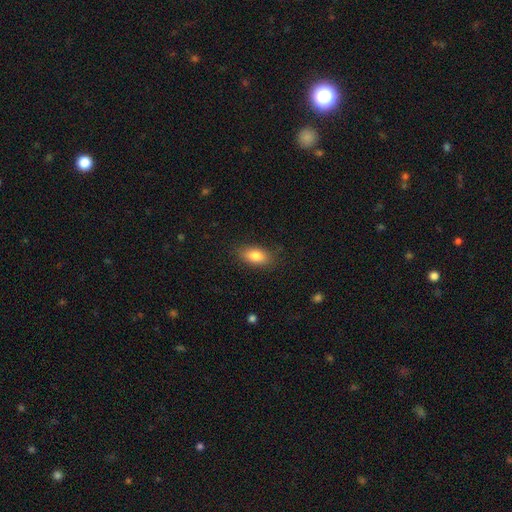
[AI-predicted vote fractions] Smooth or featured: smooth — 82% (featured or disk — 10%)
How rounded: in between — 87% (round — 6%)
Merging: none — 83% (minor disturbance — 13%)